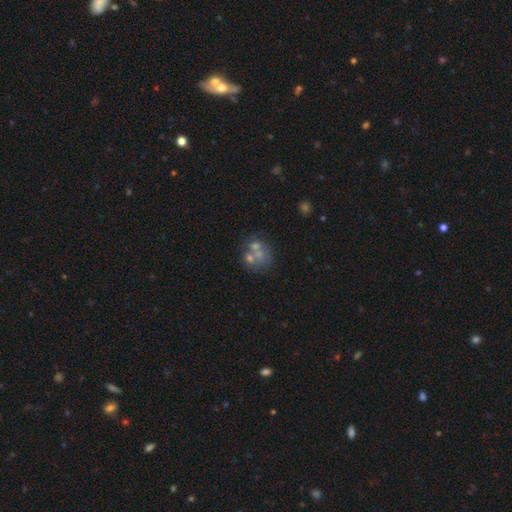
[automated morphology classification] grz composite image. It shows a smooth galaxy with no disk features (43%). Merging: merger (43%).